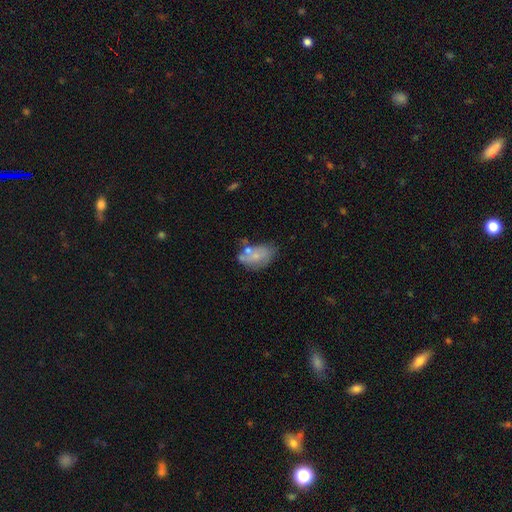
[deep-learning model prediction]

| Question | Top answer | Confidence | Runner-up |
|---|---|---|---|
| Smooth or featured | smooth | 57% | featured or disk (34%) |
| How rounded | in between | 86% | round (12%) |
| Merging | none | 40% | minor disturbance (26%) |